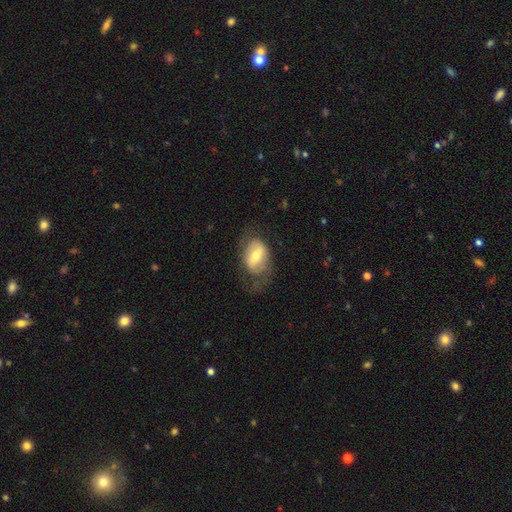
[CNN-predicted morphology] Q: Smooth or featured?
A: smooth (47%); tied with: featured or disk (47%)
Q: Merging?
A: none (51%); runner-up: minor disturbance (25%)